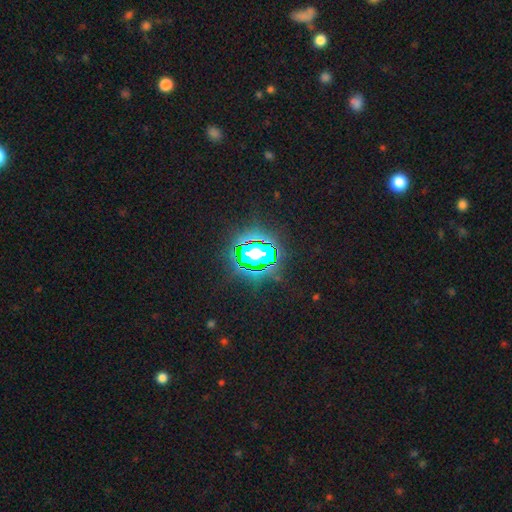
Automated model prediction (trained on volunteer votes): Morphology: type=star or artifact (80%).